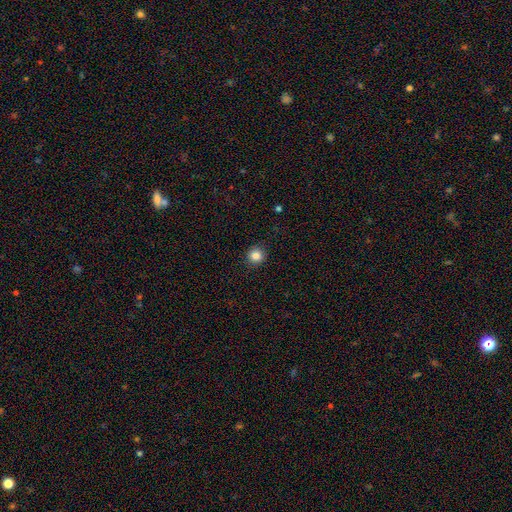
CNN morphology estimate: Smooth or featured? smooth (84%)
How rounded? round (92%)
Merging? none (90%)